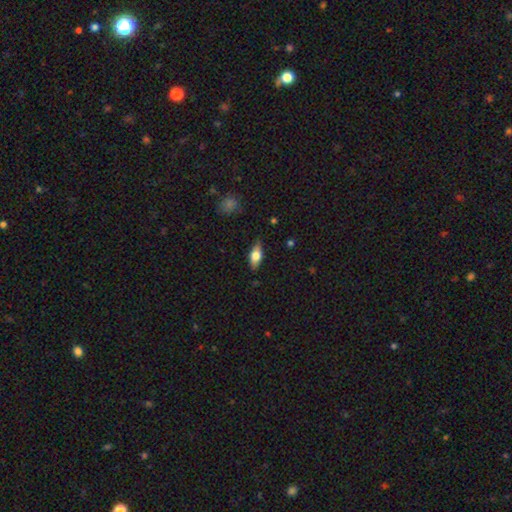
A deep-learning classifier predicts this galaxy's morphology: type=smooth (62%); roundness=in between (78%); merging=none (82%).